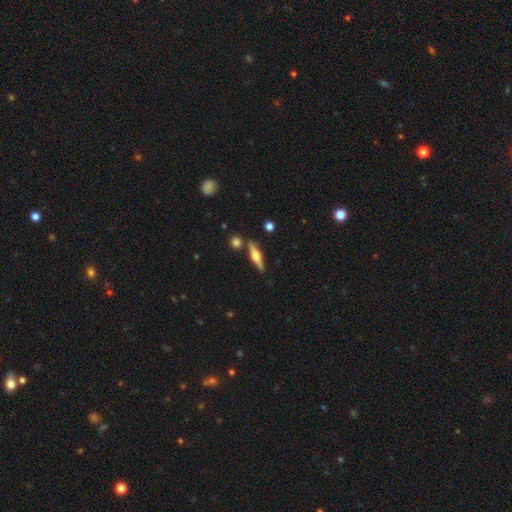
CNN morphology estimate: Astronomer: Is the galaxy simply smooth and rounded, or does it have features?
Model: featured or disk — 67%.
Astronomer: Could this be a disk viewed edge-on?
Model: yes — 97%.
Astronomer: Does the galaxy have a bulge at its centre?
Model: rounded — 93%.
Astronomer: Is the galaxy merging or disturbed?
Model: none — 84%.